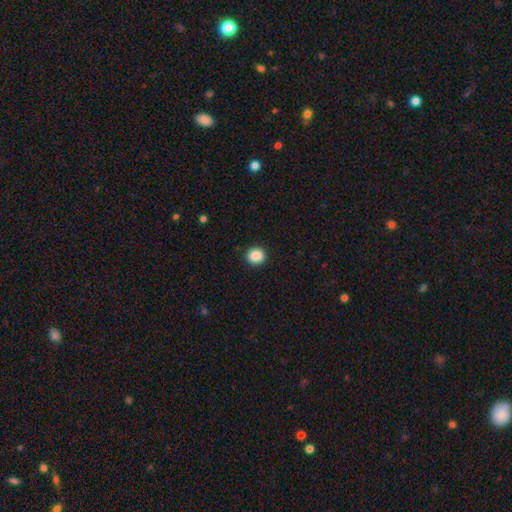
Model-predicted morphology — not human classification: Smooth or featured?
  - smooth: 89% *
  - star or artifact: 9%
  - featured or disk: 3%
How rounded?
  - round: 81% *
  - in between: 18%
  - cigar-shaped: 1%
Merging?
  - none: 91% *
  - minor disturbance: 6%
  - major disturbance: 2%
  - merger: 1%